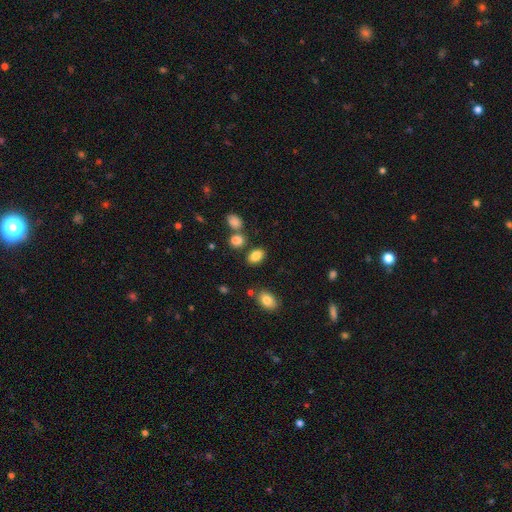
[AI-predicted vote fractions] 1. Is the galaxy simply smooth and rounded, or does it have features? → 84% smooth, 10% star or artifact, 6% featured or disk.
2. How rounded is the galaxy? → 85% in between, 14% round, 1% cigar-shaped.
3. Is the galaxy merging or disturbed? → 78% none, 11% minor disturbance, 8% merger, 3% major disturbance.